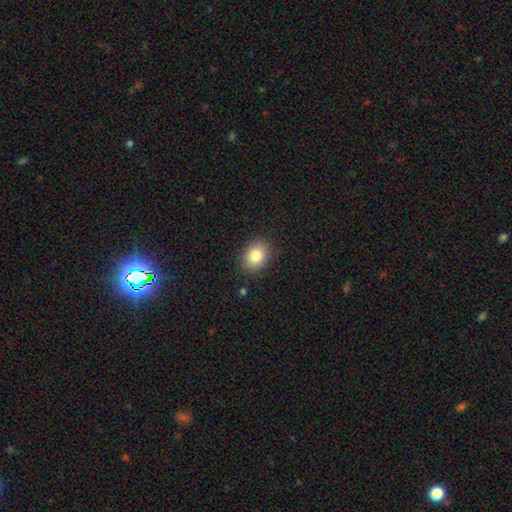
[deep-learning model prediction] Overall: smooth (83%). How rounded: in between (59%; round 40%). Merging: none (87%).